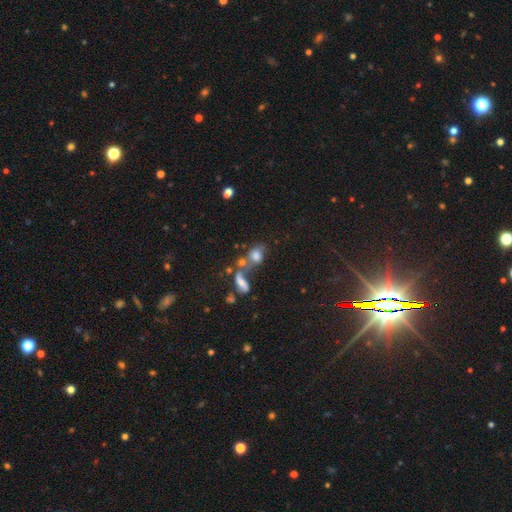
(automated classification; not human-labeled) smooth_or_featured: smooth (p=0.66) [alt: featured or disk p=0.19]
how_rounded: in between (p=0.62) [alt: round p=0.34]
merging: merger (p=0.47) [alt: none p=0.28]